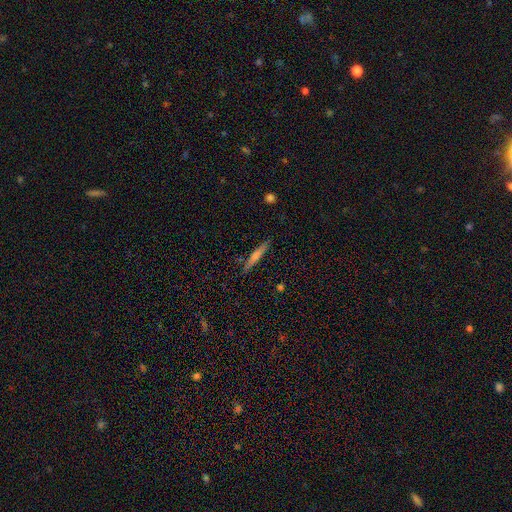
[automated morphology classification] This appears to be a featured or disk galaxy (50%) viewed edge-on (96%). Merging: none (89%).